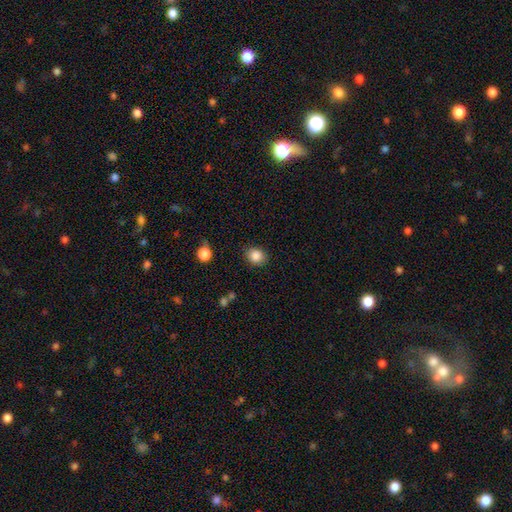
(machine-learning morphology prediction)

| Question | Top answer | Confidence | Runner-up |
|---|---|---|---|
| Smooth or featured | smooth | 86% | star or artifact (10%) |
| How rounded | round | 66% | in between (34%) |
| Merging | none | 84% | minor disturbance (11%) |